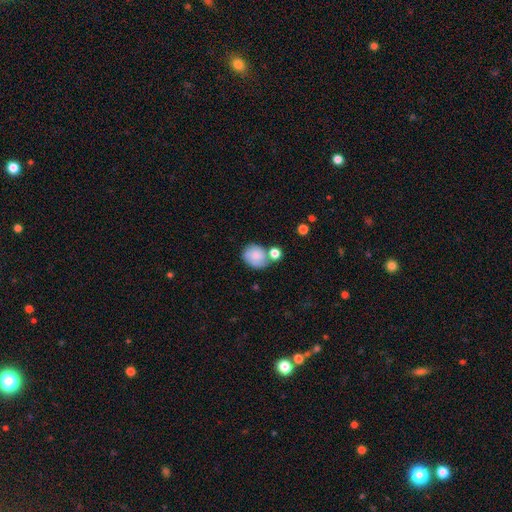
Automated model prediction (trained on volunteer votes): Smooth or featured: smooth — 72% (featured or disk — 20%)
How rounded: round — 54% (in between — 45%)
Merging: none — 44% (merger — 27%)